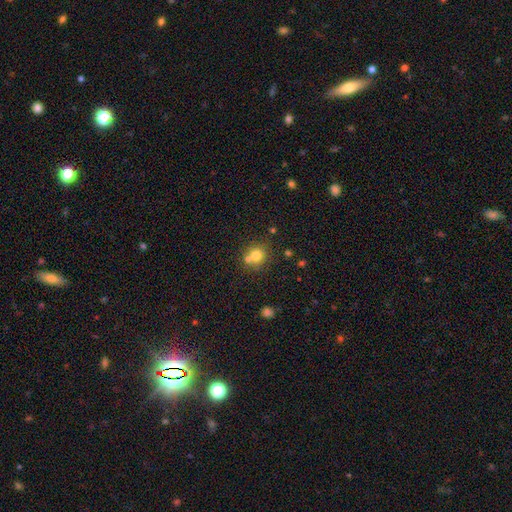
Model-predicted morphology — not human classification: This appears to be a smooth galaxy with no disk features (75%) that is round (86%). Merging: none (60%).